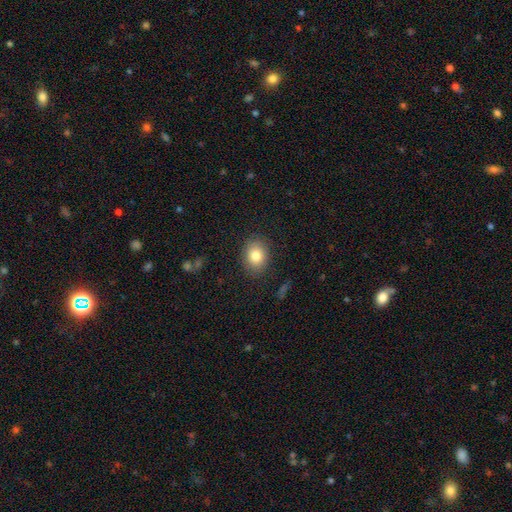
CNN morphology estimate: Q: Smooth or featured?
A: smooth (82%); runner-up: featured or disk (9%)
Q: How rounded?
A: in between (59%); runner-up: round (40%)
Q: Merging?
A: none (86%); runner-up: minor disturbance (10%)